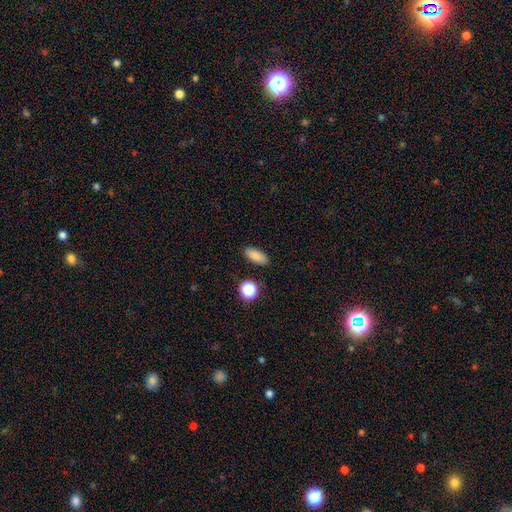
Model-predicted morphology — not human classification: type=smooth (84%); roundness=in between (81%); merging=none (88%).